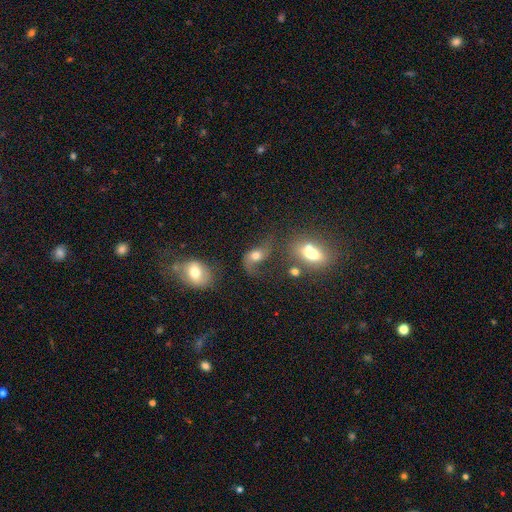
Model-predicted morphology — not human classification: Smooth or featured: featured or disk — 47% (smooth — 41%)
Merging: none — 36% (major disturbance — 31%)